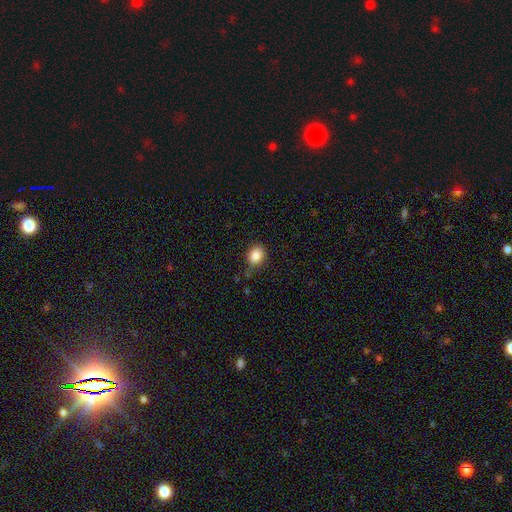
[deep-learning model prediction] Q: Smooth or featured?
A: smooth (86%); runner-up: star or artifact (9%)
Q: How rounded?
A: round (59%); runner-up: in between (40%)
Q: Merging?
A: none (76%); runner-up: minor disturbance (17%)